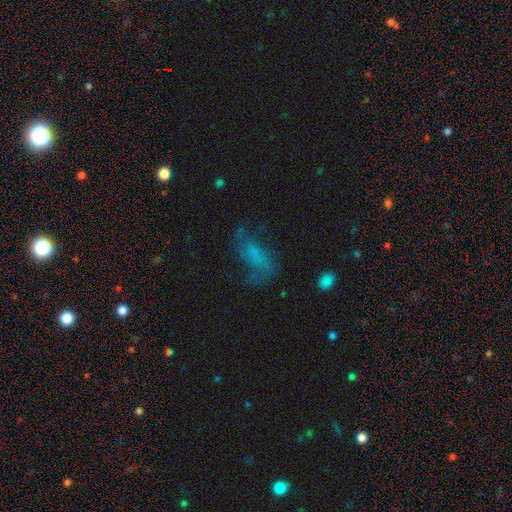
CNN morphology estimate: featured or disk 48%, smooth 35%, star or artifact 17%. Down the decision tree: merging — none (45%).